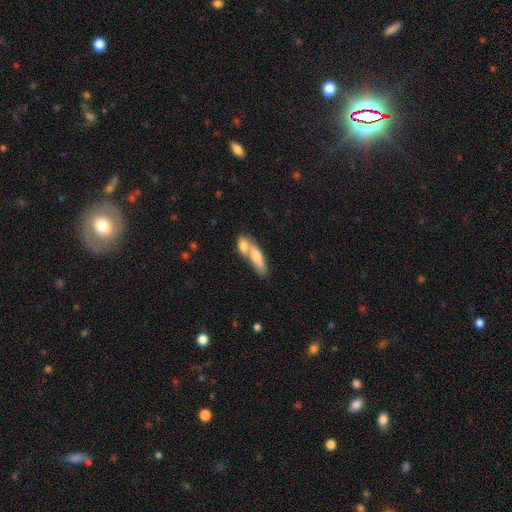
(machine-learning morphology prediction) smooth_or_featured: smooth (p=0.69) [alt: featured or disk p=0.24]
how_rounded: cigar-shaped (p=0.49) [alt: in between p=0.47]
merging: merger (p=0.61) [alt: none p=0.26]